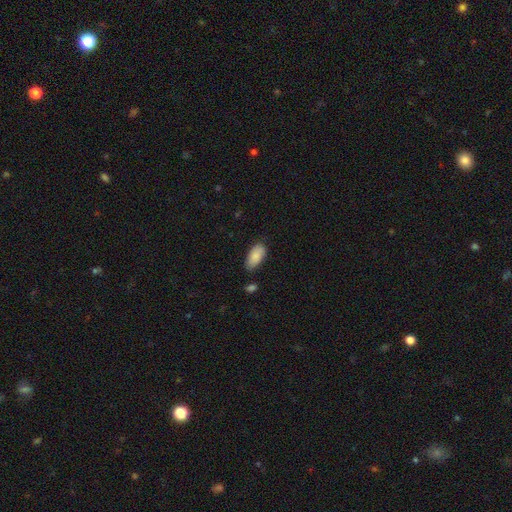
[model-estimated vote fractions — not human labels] This is clearly a smooth galaxy (87%). How rounded: clearly in between (93%). Merging: likely none (74%).